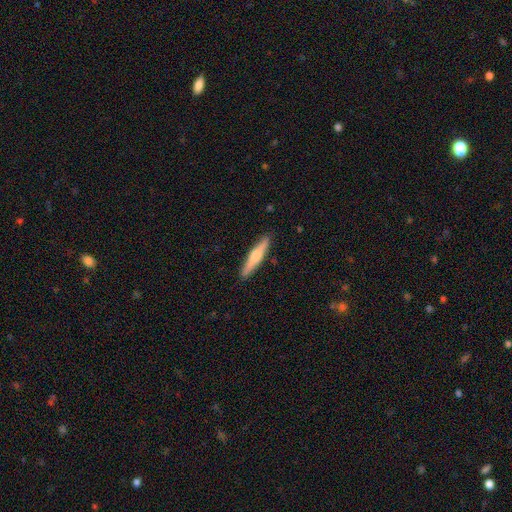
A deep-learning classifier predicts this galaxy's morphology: Q: Smooth or featured?
A: featured or disk (48%); runner-up: smooth (46%)
Q: Merging?
A: none (90%); runner-up: minor disturbance (8%)